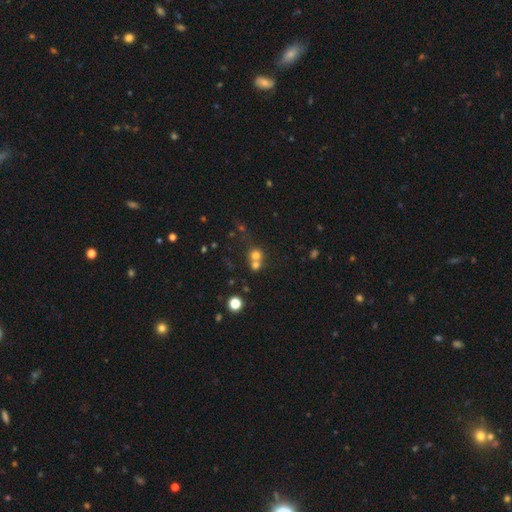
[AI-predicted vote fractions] Smooth or featured?
  - smooth: 68% *
  - star or artifact: 18%
  - featured or disk: 14%
How rounded?
  - round: 84% *
  - in between: 14%
  - cigar-shaped: 1%
Merging?
  - merger: 53% *
  - none: 38%
  - minor disturbance: 6%
  - major disturbance: 4%